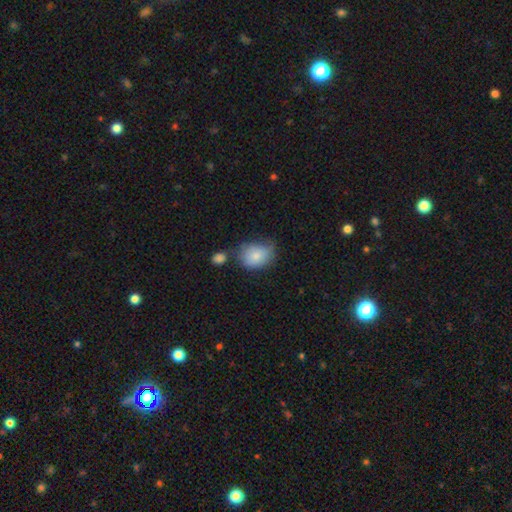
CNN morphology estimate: This is clearly a smooth galaxy (82%). How rounded: possibly in between (59%). Merging: marginally none (43%).